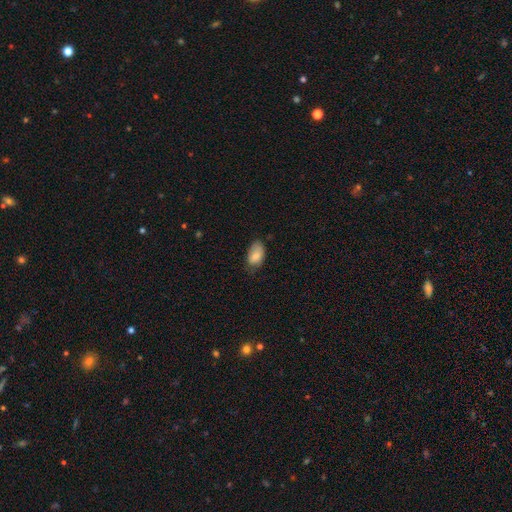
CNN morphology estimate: Q: Smooth or featured?
A: smooth (82%); runner-up: featured or disk (11%)
Q: How rounded?
A: in between (92%); runner-up: round (6%)
Q: Merging?
A: none (54%); runner-up: minor disturbance (36%)